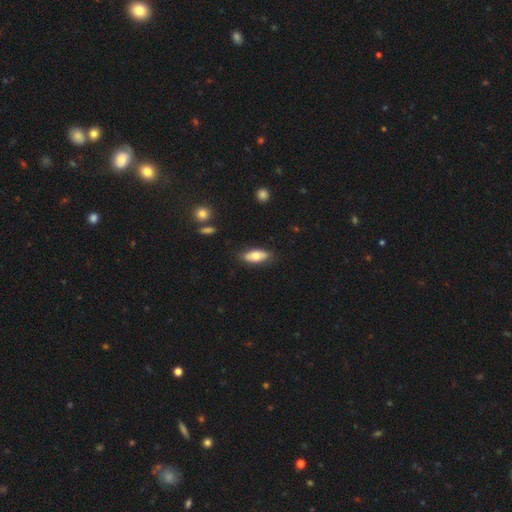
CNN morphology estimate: This appears to be a smooth galaxy with no disk features (71%) that is in between round and cigar-shaped (82%). Merging: none (81%).